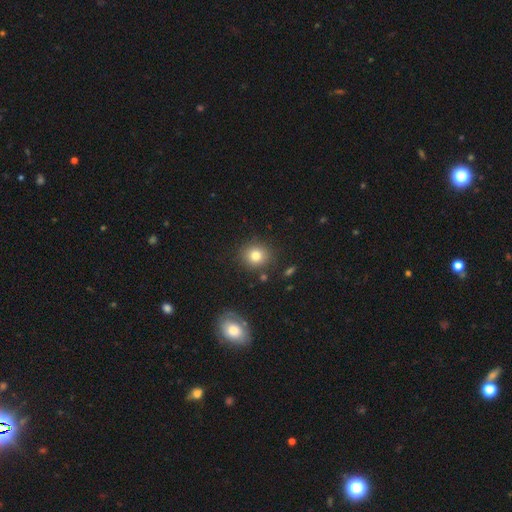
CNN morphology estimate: A smooth galaxy with no disk features (80%) that is round (83%).

Vote fractions:
- Smooth or featured? smooth: 80% / star or artifact: 12% / featured or disk: 9%
- How rounded? round: 83% / in between: 16% / cigar-shaped: 1%
- Merging? none: 85% / minor disturbance: 9% / merger: 3% / major disturbance: 3%